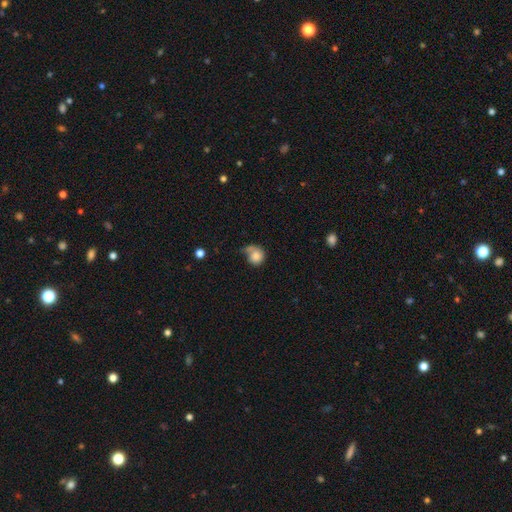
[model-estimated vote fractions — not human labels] This is likely a smooth galaxy (74%). How rounded: likely round (78%). Merging: marginally none (35%).